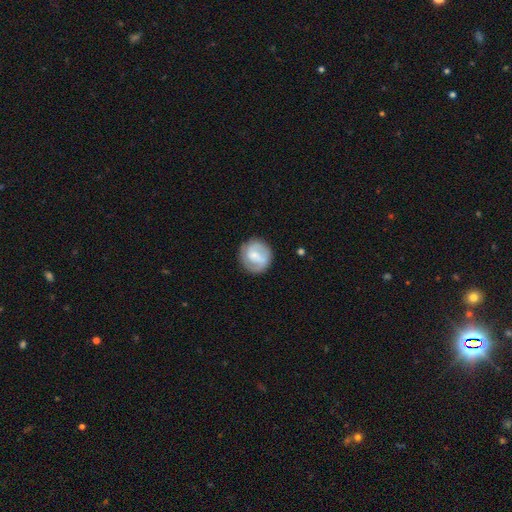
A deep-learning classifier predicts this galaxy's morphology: The model was most divided on "smooth or featured": smooth: 48%, featured or disk: 45%, star or artifact: 6%. More confident: merging — none (77%).